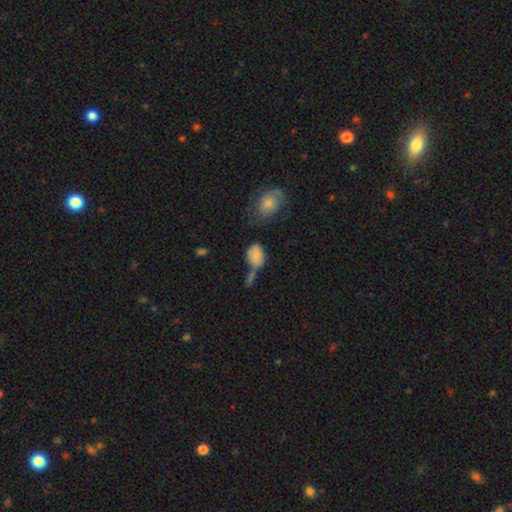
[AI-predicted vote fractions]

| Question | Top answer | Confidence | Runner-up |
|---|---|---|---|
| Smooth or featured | smooth | 78% | featured or disk (13%) |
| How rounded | in between | 71% | round (27%) |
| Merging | none | 36% | merger (34%) |